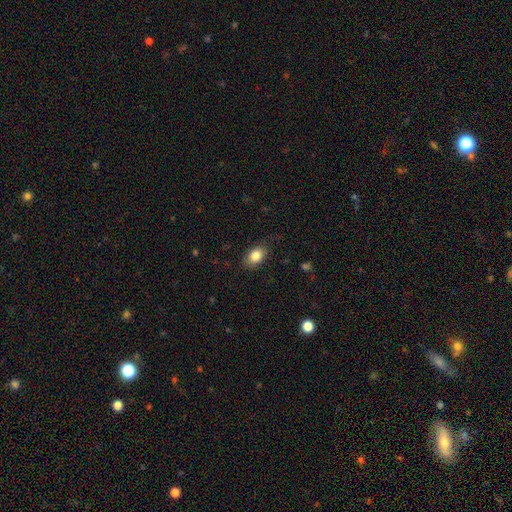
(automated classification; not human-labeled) Morphology: type=smooth (84%); roundness=in between (85%); merging=none (83%).